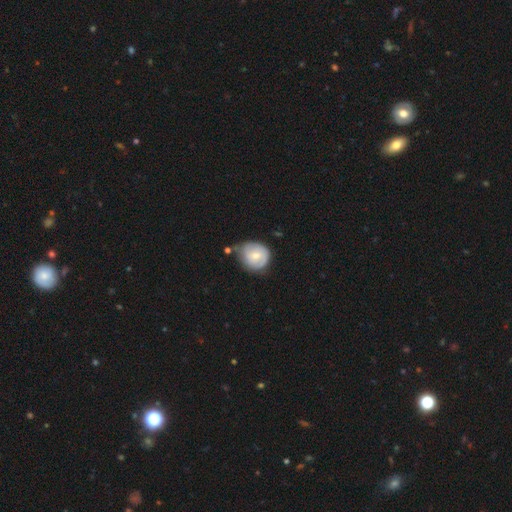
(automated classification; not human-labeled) The model was most divided on "smooth or featured": smooth: 54%, featured or disk: 40%, star or artifact: 6%. More confident: how rounded — round (79%); merging — none (53%).